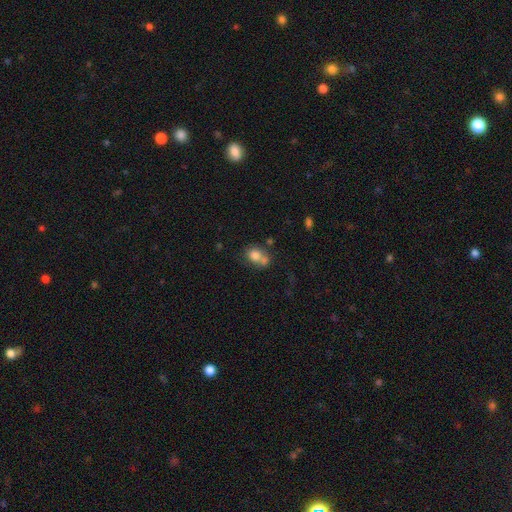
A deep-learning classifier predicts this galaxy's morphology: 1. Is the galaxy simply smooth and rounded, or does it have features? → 76% smooth, 13% featured or disk, 11% star or artifact.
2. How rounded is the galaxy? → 60% round, 39% in between, 1% cigar-shaped.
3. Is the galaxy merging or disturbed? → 44% merger, 37% none, 13% minor disturbance, 6% major disturbance.